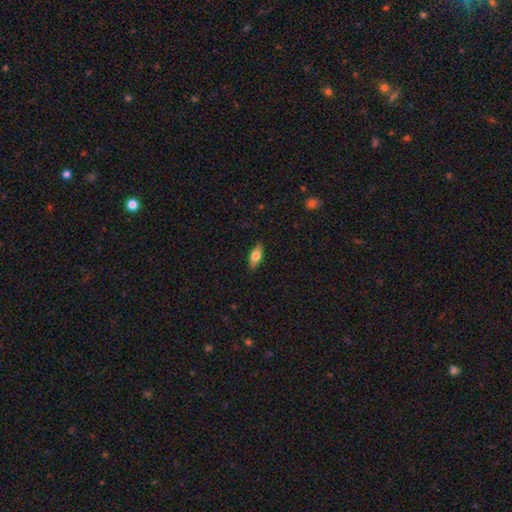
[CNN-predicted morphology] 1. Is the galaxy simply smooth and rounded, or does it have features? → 65% smooth, 28% featured or disk, 7% star or artifact.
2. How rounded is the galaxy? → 75% in between, 21% cigar-shaped, 4% round.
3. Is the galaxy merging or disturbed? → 86% none, 10% minor disturbance, 2% major disturbance, 1% merger.